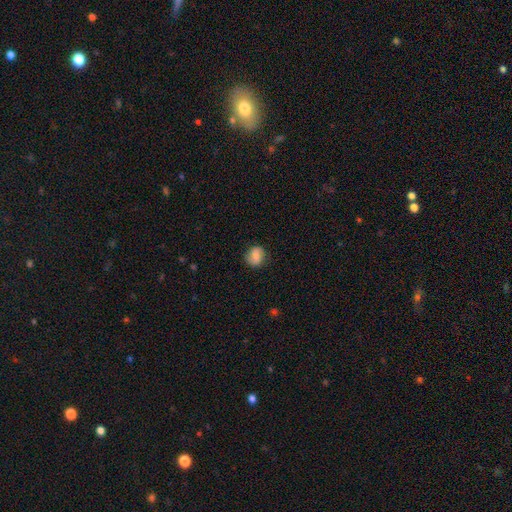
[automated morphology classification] smooth-or-featured: smooth: 74% | featured or disk: 18% | star or artifact: 8%
  how-rounded: round: 72% | in between: 27% | cigar-shaped: 1%
  merging: none: 80% | minor disturbance: 15% | major disturbance: 4% | merger: 1%